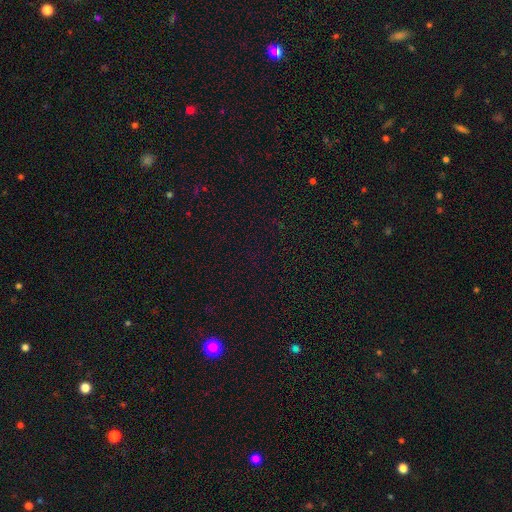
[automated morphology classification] Overall: star or artifact (75%).